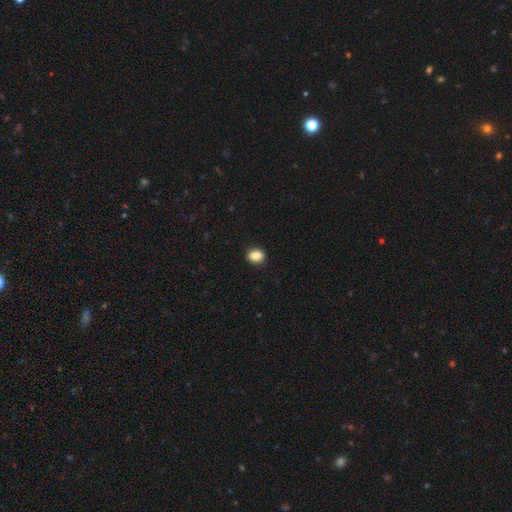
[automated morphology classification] The model was most divided on "how rounded": in between: 54%, round: 45%, cigar-shaped: 1%. More confident: merging — none (92%); smooth or featured — smooth (87%).